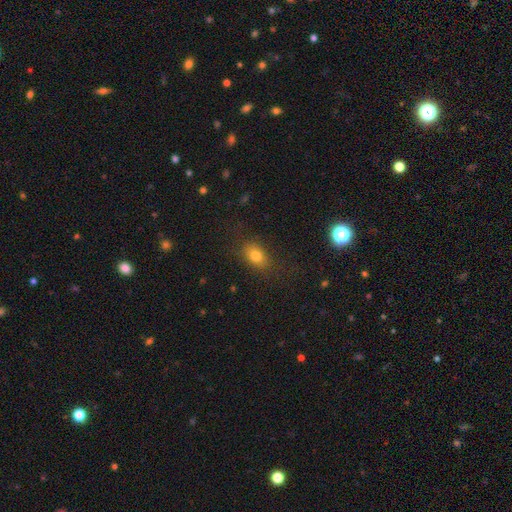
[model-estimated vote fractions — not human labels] A smooth galaxy with no disk features (79%) that is in between round and cigar-shaped (74%).

Vote fractions:
- Smooth or featured? smooth: 79% / star or artifact: 12% / featured or disk: 9%
- How rounded? in between: 74% / round: 23% / cigar-shaped: 2%
- Merging? none: 80% / minor disturbance: 13% / major disturbance: 5% / merger: 1%